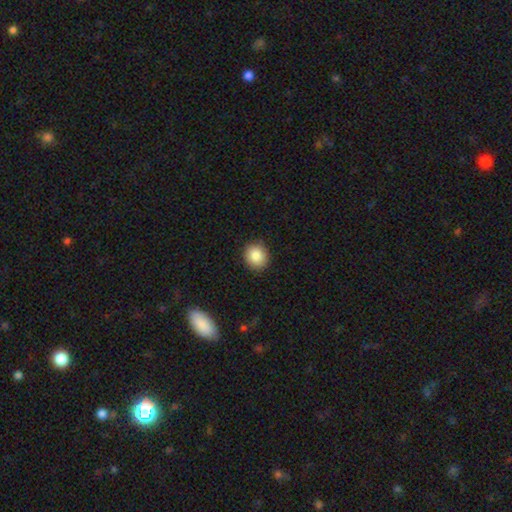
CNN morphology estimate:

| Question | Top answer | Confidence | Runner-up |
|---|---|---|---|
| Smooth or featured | smooth | 86% | star or artifact (9%) |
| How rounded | round | 80% | in between (19%) |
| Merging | none | 90% | minor disturbance (7%) |